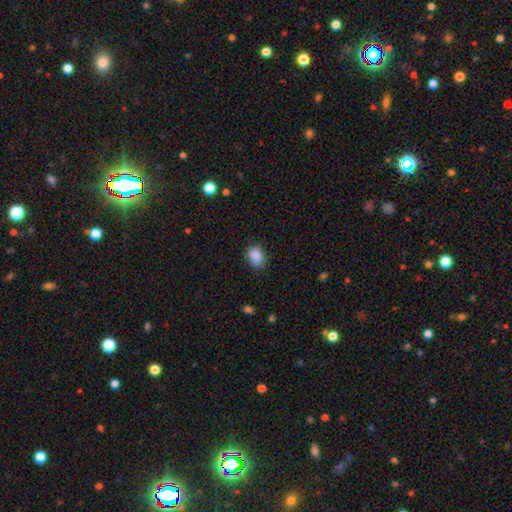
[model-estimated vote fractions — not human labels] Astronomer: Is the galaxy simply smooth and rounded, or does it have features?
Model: smooth — 88%.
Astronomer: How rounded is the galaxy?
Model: in between — 74%.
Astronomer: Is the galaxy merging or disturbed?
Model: none — 75%.